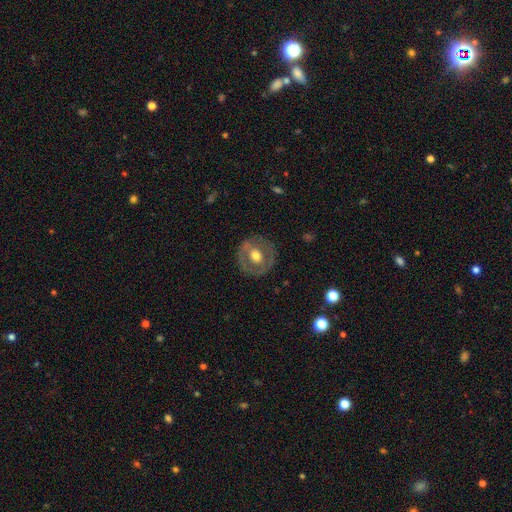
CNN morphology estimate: Q: Smooth or featured?
A: featured or disk (50%); runner-up: smooth (44%)
Q: Edge-on disk?
A: no (95%); runner-up: yes (5%)
Q: Merging?
A: none (83%); runner-up: minor disturbance (11%)